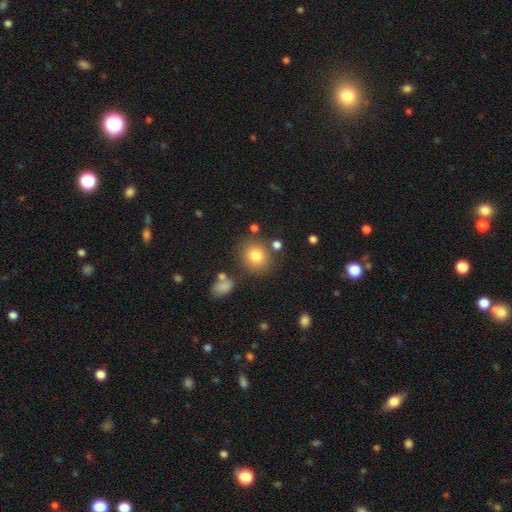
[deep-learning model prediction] Smooth or featured? Predicted: smooth (p=0.79). How rounded? Predicted: round (p=0.80). Merging? Predicted: none (p=0.80).